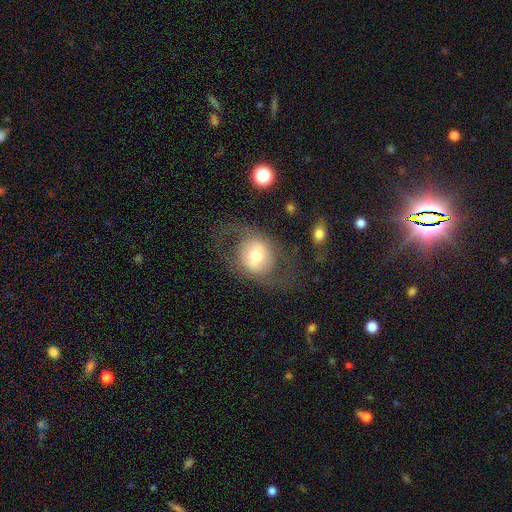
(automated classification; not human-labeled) Overall: smooth (46%, tied with featured or disk). Merging: none (66%).